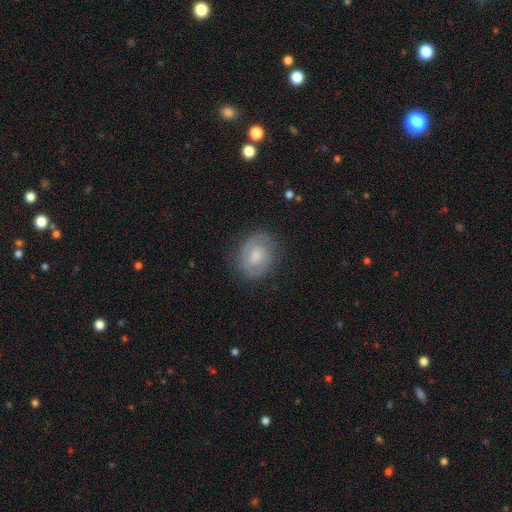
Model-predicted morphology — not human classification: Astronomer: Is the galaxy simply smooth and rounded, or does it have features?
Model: featured or disk — 58% (runner-up: smooth, 34%).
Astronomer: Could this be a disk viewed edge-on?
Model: no — 97%.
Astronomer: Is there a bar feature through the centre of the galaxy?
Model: no — 46% (runner-up: weak, 45%).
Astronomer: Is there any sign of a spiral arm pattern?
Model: yes — 85%.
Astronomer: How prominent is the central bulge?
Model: moderate — 43% (runner-up: small, 29%).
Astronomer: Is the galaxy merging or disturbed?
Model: none — 76%.